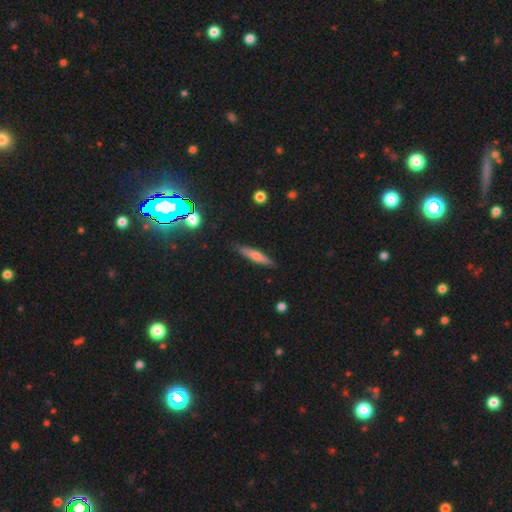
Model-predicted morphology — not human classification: smooth_or_featured: smooth (p=0.55) [alt: featured or disk p=0.38]
how_rounded: cigar-shaped (p=0.88) [alt: in between p=0.11]
merging: none (p=0.87) [alt: minor disturbance p=0.10]